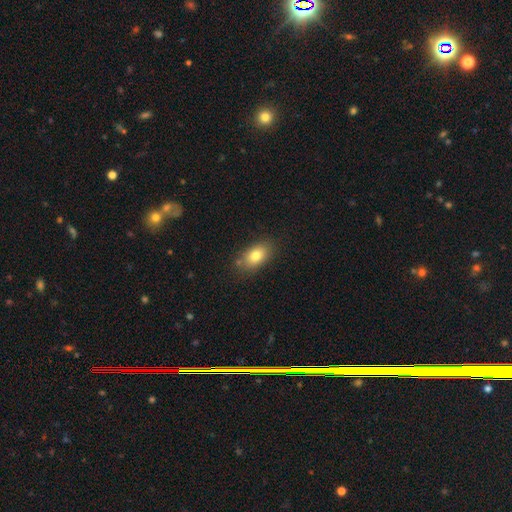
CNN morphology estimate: Smooth or featured? Predicted: smooth (p=0.79). How rounded? Predicted: in between (p=0.87). Merging? Predicted: none (p=0.79).